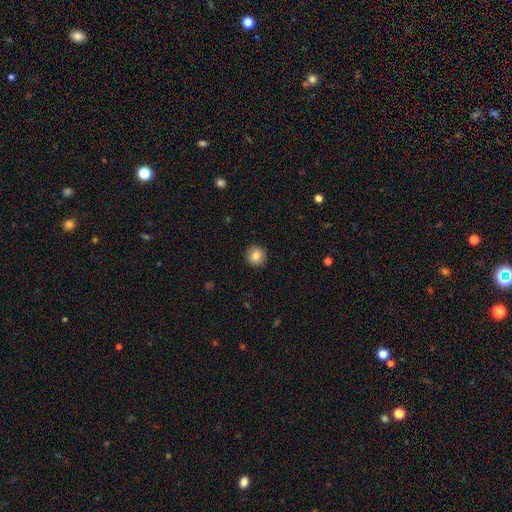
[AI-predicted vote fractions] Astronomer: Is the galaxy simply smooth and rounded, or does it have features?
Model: smooth — 84%.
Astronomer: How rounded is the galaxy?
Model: round — 94%.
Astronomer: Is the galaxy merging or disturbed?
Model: none — 92%.